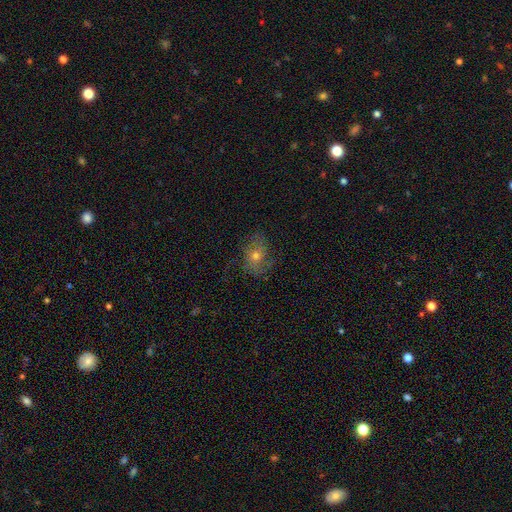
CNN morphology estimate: smooth-or-featured: smooth: 45% | featured or disk: 42% | star or artifact: 13%
  merging: none: 65% | minor disturbance: 22% | major disturbance: 12% | merger: 1%